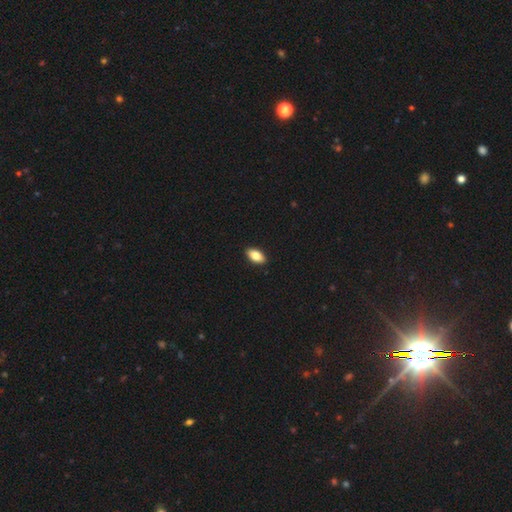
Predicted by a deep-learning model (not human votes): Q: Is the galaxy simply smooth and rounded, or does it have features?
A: smooth — 83%.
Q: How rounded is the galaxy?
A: in between — 90%.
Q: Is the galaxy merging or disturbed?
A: none — 91%.